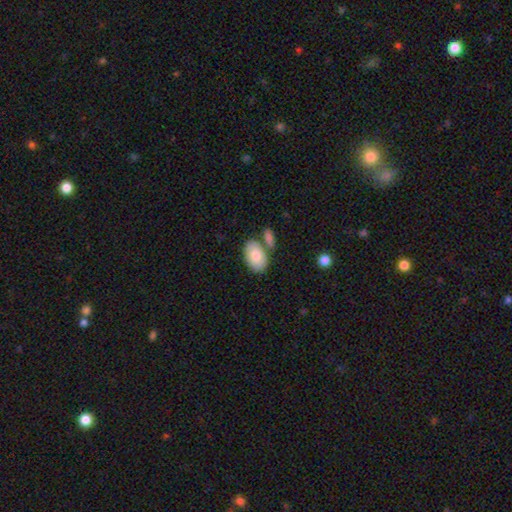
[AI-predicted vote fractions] This is clearly a smooth galaxy (80%). How rounded: clearly in between (92%). Merging: likely none (64%).